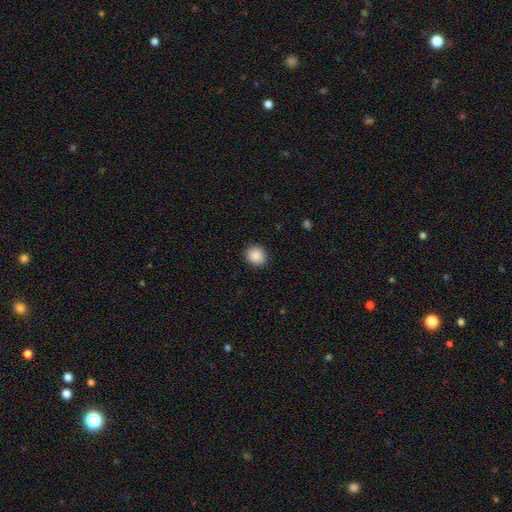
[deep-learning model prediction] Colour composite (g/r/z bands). It shows a smooth galaxy with no disk features (88%) that is round (78%). Merging: none (89%).